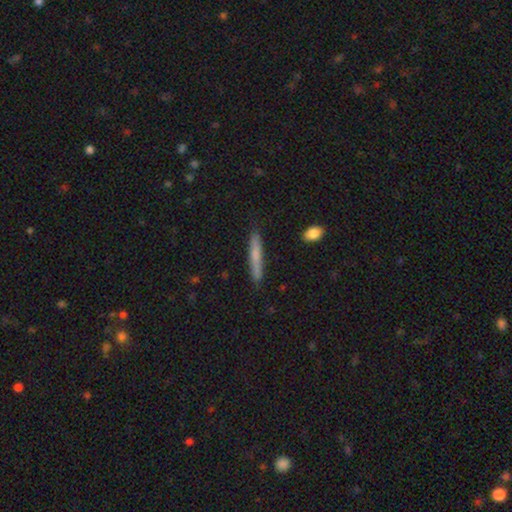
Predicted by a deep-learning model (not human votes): This is likely a smooth galaxy (67%). How rounded: clearly cigar-shaped (94%). Merging: clearly none (87%).